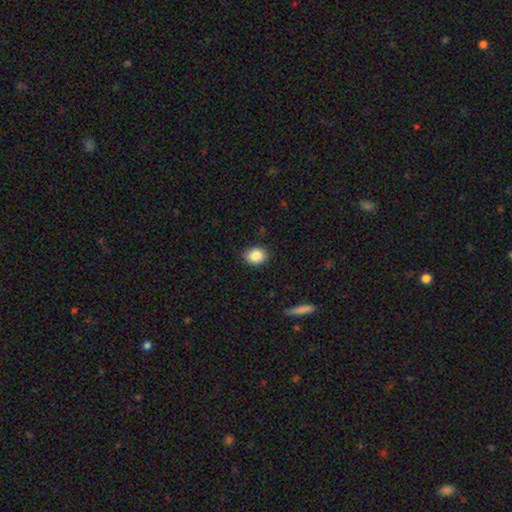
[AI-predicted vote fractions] Smooth or featured? smooth (87%)
How rounded? in between (50%)
Merging? none (87%)